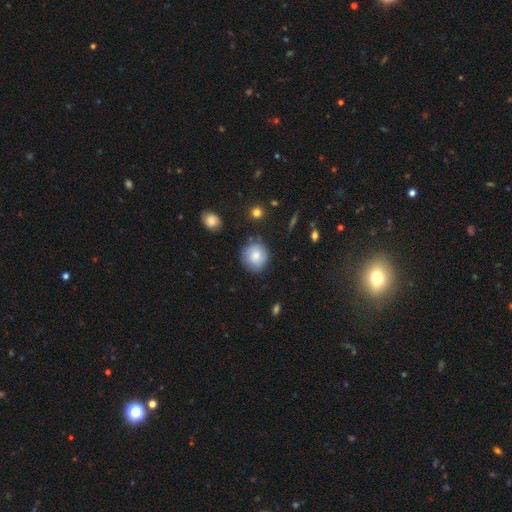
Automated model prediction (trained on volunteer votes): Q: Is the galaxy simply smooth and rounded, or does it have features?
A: smooth — 78%.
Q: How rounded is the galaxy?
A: round — 90%.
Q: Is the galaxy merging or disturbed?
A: none — 79%.